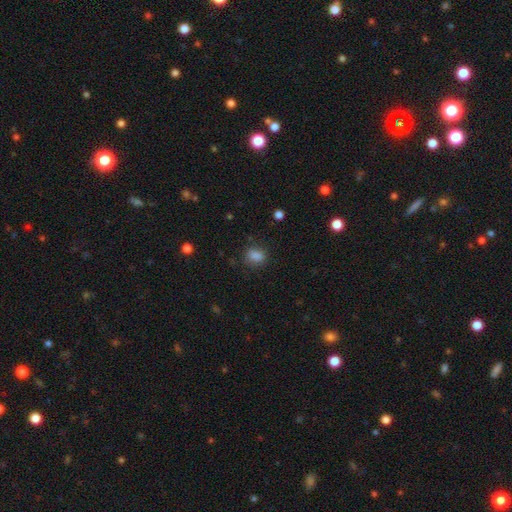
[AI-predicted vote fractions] smooth-or-featured: smooth: 83% | star or artifact: 12% | featured or disk: 5%
  how-rounded: in between: 63% | round: 35% | cigar-shaped: 2%
  merging: none: 76% | minor disturbance: 16% | major disturbance: 5% | merger: 3%